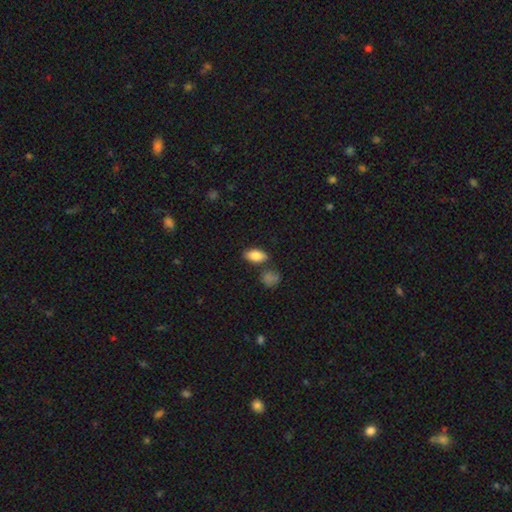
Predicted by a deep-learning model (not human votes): Overall: smooth (84%). How rounded: in between (90%). Merging: none (75%).